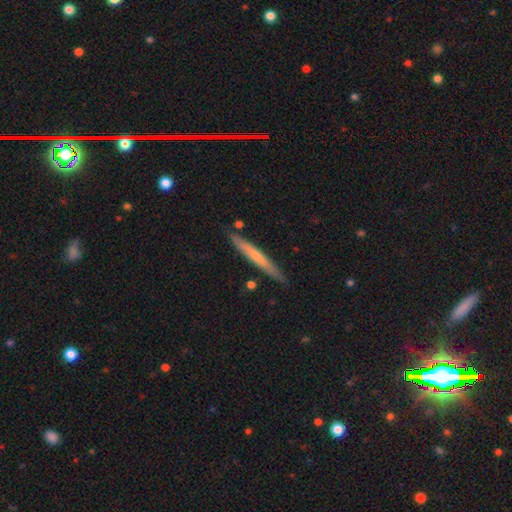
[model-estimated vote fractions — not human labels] Smooth or featured: smooth — 54% (featured or disk — 41%)
How rounded: cigar-shaped — 96% (in between — 2%)
Merging: none — 86% (minor disturbance — 10%)